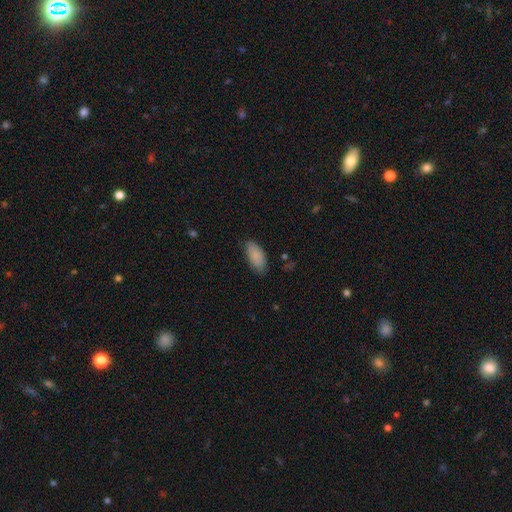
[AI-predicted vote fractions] A smooth galaxy with no disk features (88%) that is in between round and cigar-shaped (91%). Merging: none (77%).